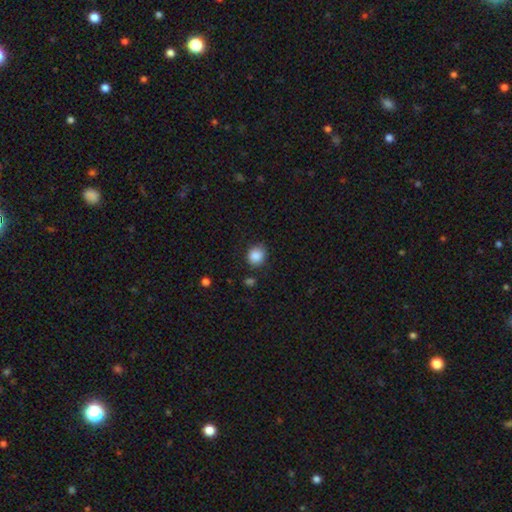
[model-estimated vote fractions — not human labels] Smooth or featured?
  - smooth: 87% *
  - star or artifact: 9%
  - featured or disk: 4%
How rounded?
  - round: 79% *
  - in between: 20%
  - cigar-shaped: 1%
Merging?
  - none: 77% *
  - minor disturbance: 17%
  - major disturbance: 4%
  - merger: 3%